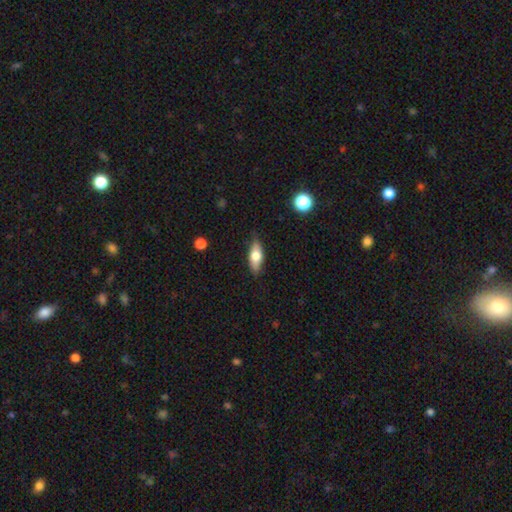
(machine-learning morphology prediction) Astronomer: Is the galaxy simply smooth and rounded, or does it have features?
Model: smooth — 64%.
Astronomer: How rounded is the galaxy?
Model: in between — 71%.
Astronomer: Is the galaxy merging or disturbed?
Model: none — 82%.